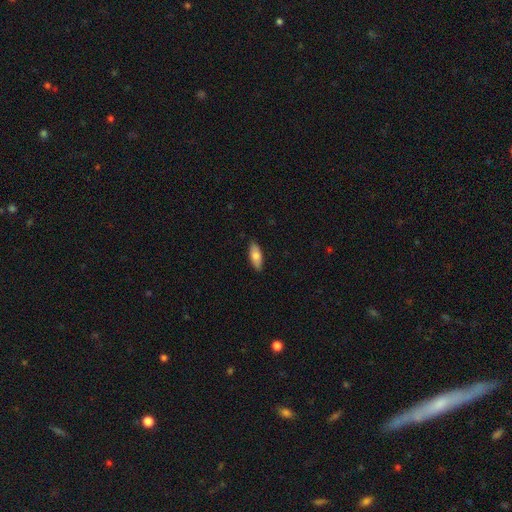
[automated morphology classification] Smooth or featured? Predicted: smooth (p=0.76). How rounded? Predicted: in between (p=0.76). Merging? Predicted: none (p=0.88).